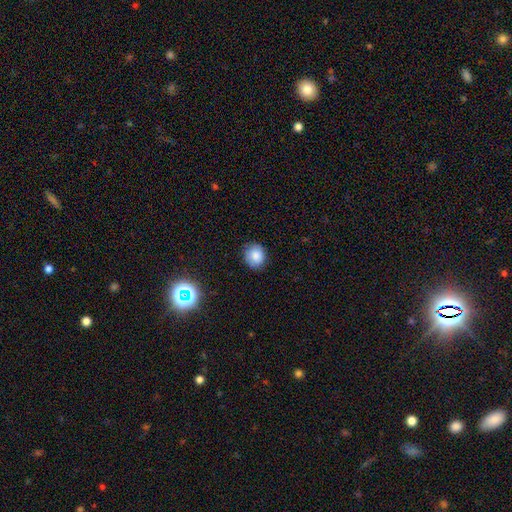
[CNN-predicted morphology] type=smooth (80%); roundness=round (77%); merging=none (83%).